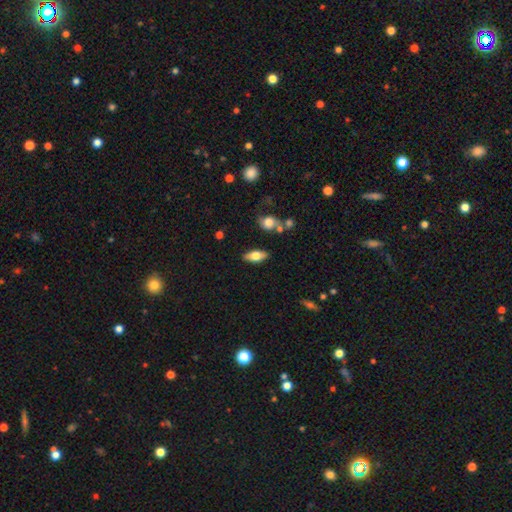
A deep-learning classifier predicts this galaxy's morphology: Q: Smooth or featured?
A: smooth (60%); runner-up: featured or disk (33%)
Q: How rounded?
A: in between (79%); runner-up: cigar-shaped (17%)
Q: Merging?
A: none (83%); runner-up: minor disturbance (11%)